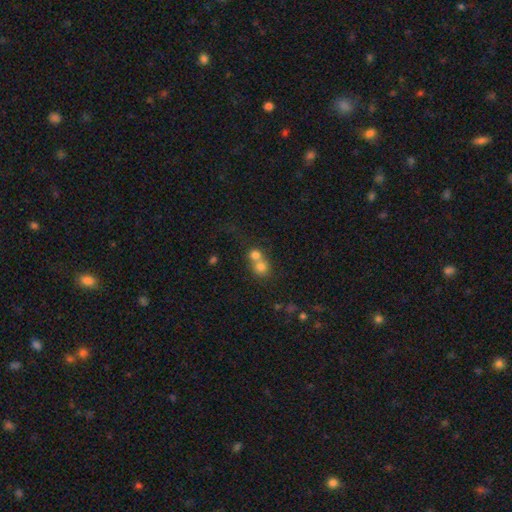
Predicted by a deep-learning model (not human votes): smooth 75%, featured or disk 13%, star or artifact 12%. Down the decision tree: how rounded — round (82%); merging — merger (62%).